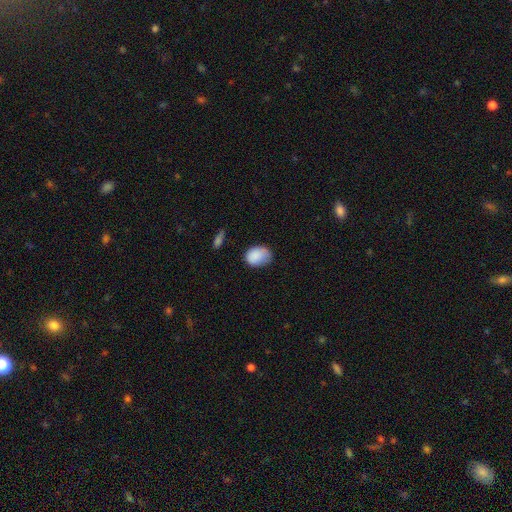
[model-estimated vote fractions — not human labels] Smooth or featured: smooth — 86% (star or artifact — 8%)
How rounded: in between — 67% (round — 32%)
Merging: none — 60% (minor disturbance — 31%)